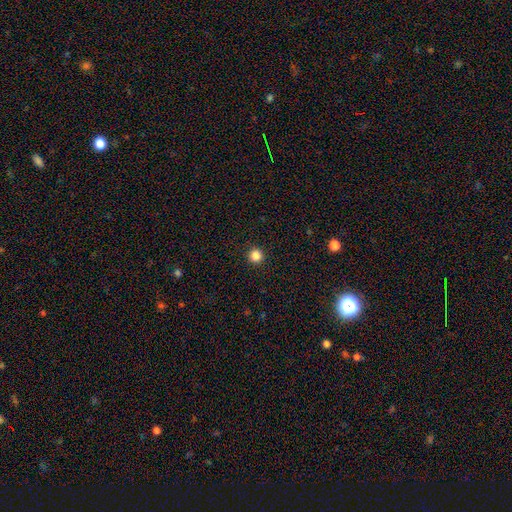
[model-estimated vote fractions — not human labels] smooth 85%, star or artifact 12%, featured or disk 3%. Down the decision tree: how rounded — round (96%); merging — none (94%).